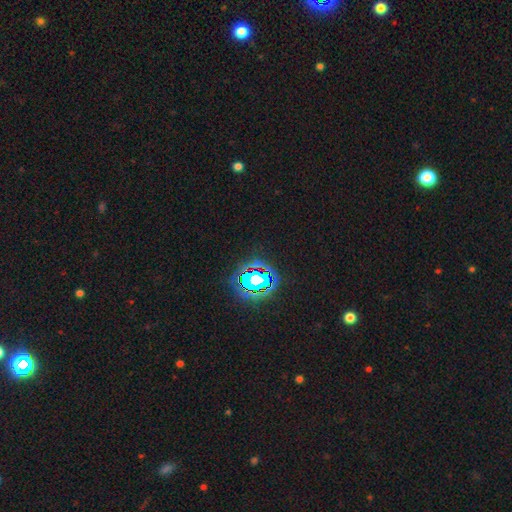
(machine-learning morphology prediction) Q: Smooth or featured?
A: star or artifact (83%); runner-up: smooth (10%)